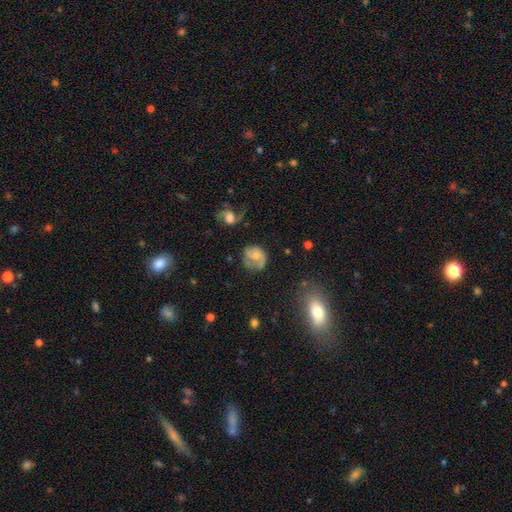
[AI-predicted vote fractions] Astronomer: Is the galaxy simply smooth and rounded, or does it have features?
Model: featured or disk — 46% (runner-up: smooth, 44%).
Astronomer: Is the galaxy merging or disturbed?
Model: none — 47% (runner-up: minor disturbance, 28%).